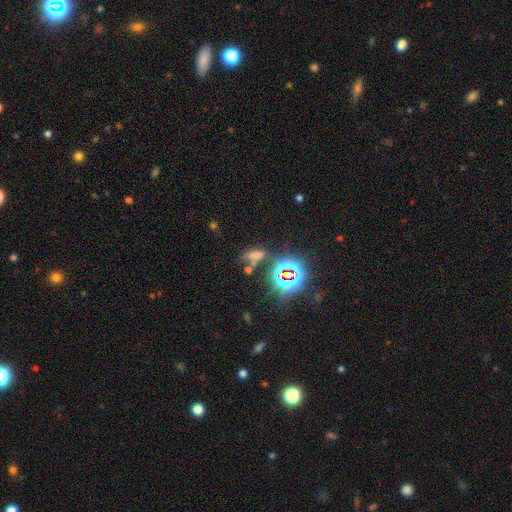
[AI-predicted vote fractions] Q: Smooth or featured?
A: smooth (46%); runner-up: star or artifact (42%)
Q: Merging?
A: none (47%); runner-up: merger (20%)